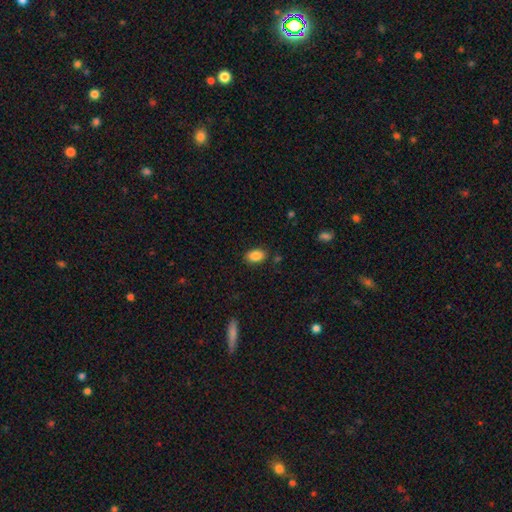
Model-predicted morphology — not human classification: smooth 87%, star or artifact 8%, featured or disk 5%. Down the decision tree: how rounded — in between (88%); merging — none (85%).